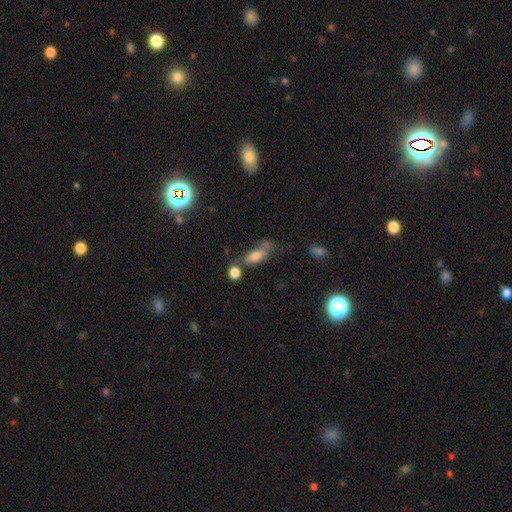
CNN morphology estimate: This is possibly a smooth galaxy (59%). How rounded: likely in between (69%). Merging: marginally none (44%).